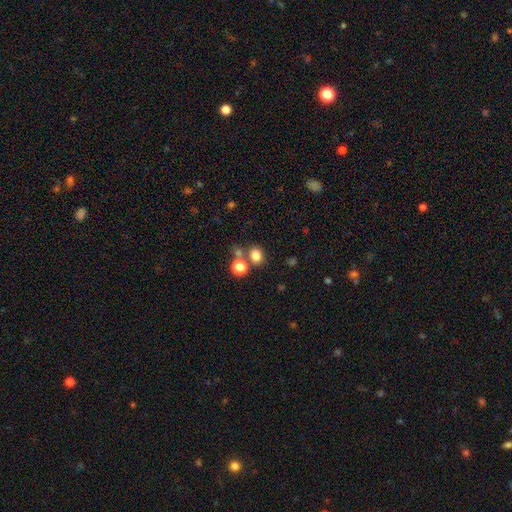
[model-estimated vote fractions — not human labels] Smooth or featured: smooth — 79% (star or artifact — 14%)
How rounded: round — 64% (in between — 35%)
Merging: none — 65% (merger — 22%)